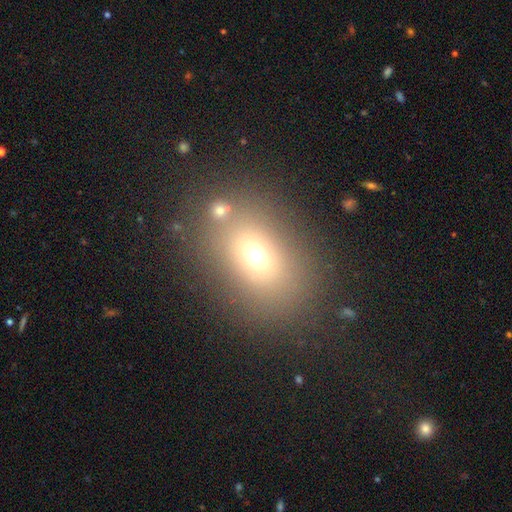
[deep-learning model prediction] The model was most divided on "how rounded": in between: 66%, round: 33%, cigar-shaped: 2%. More confident: merging — none (73%); smooth or featured — smooth (67%).